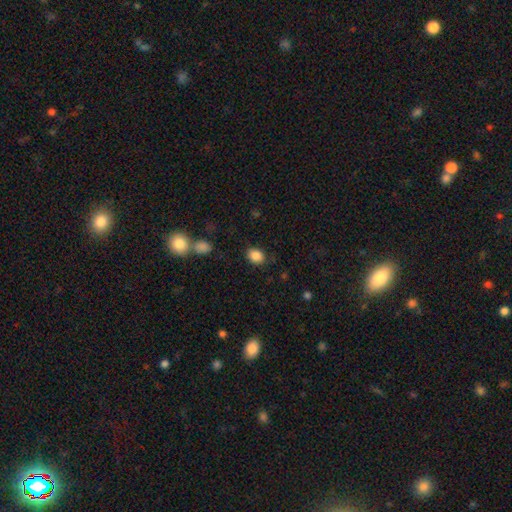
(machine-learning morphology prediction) Smooth or featured?
  - smooth: 87% *
  - star or artifact: 9%
  - featured or disk: 4%
How rounded?
  - in between: 57% *
  - round: 42%
  - cigar-shaped: 1%
Merging?
  - none: 83% *
  - minor disturbance: 11%
  - major disturbance: 4%
  - merger: 2%